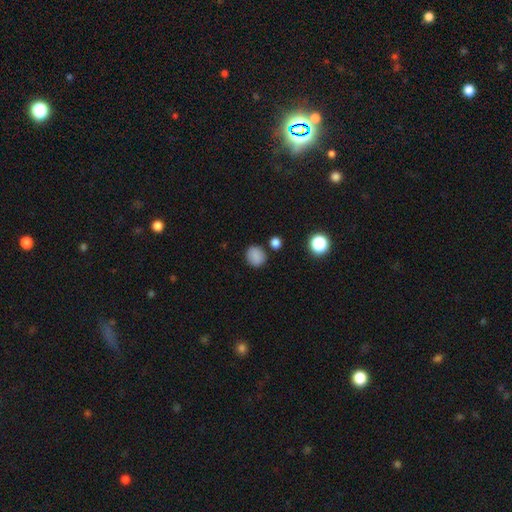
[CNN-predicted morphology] A smooth galaxy with no disk features (85%) that is round (78%).

Vote fractions:
- Smooth or featured? smooth: 85% / star or artifact: 11% / featured or disk: 4%
- How rounded? round: 78% / in between: 21% / cigar-shaped: 1%
- Merging? none: 83% / minor disturbance: 10% / merger: 4% / major disturbance: 3%